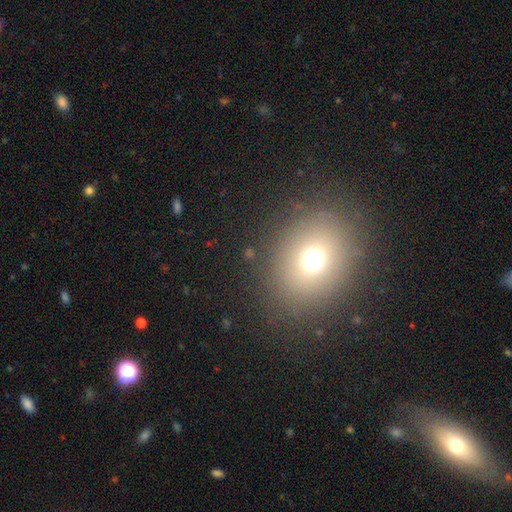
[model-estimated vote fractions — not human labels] Smooth or featured: smooth — 67% (star or artifact — 21%)
How rounded: round — 53% (in between — 46%)
Merging: none — 88% (minor disturbance — 7%)